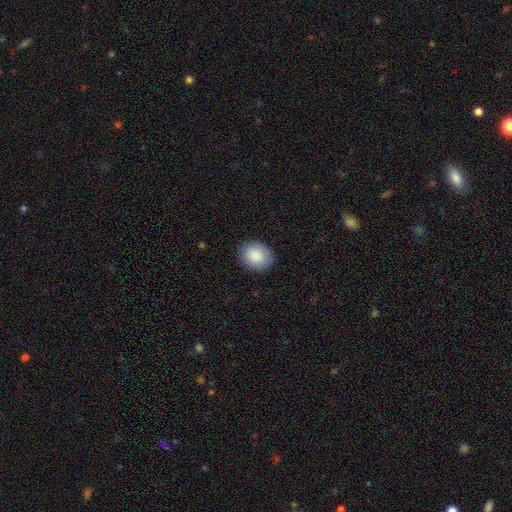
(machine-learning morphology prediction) The model was most divided on "how rounded": round: 62%, in between: 37%, cigar-shaped: 1%. More confident: smooth or featured — smooth (89%); merging — none (88%).